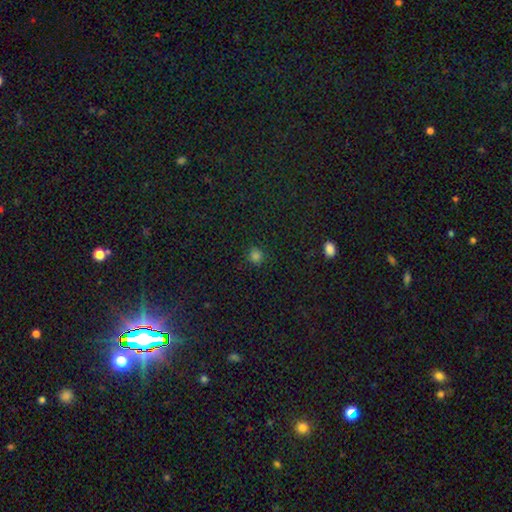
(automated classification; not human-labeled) Overall: smooth (80%). How rounded: round (88%). Merging: none (89%).